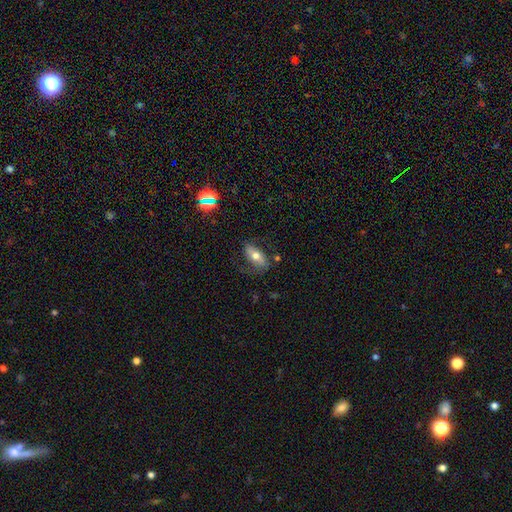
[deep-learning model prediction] This appears to be a smooth galaxy with no disk features (60%) that is in between round and cigar-shaped (84%). Merging: none (67%).